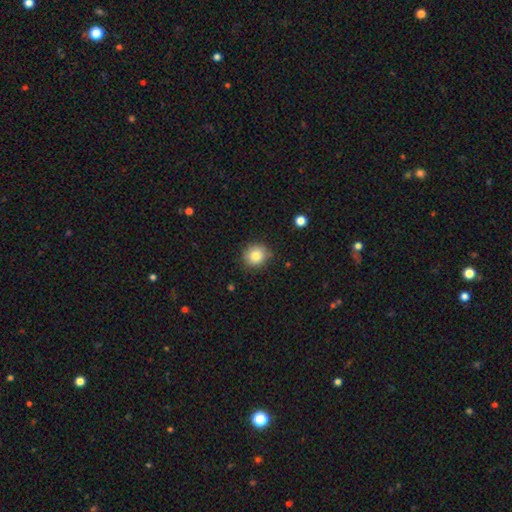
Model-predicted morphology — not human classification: A smooth galaxy with no disk features (82%) that is round (87%). Merging: none (84%).